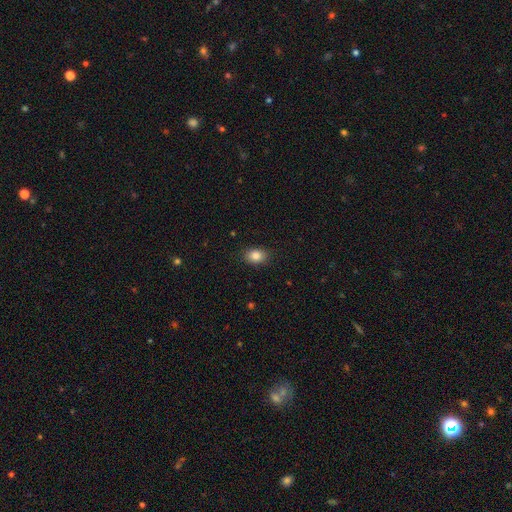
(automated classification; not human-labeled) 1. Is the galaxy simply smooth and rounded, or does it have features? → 84% smooth, 9% star or artifact, 6% featured or disk.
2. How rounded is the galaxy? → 69% in between, 29% round, 1% cigar-shaped.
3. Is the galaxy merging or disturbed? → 87% none, 10% minor disturbance, 2% major disturbance, 1% merger.